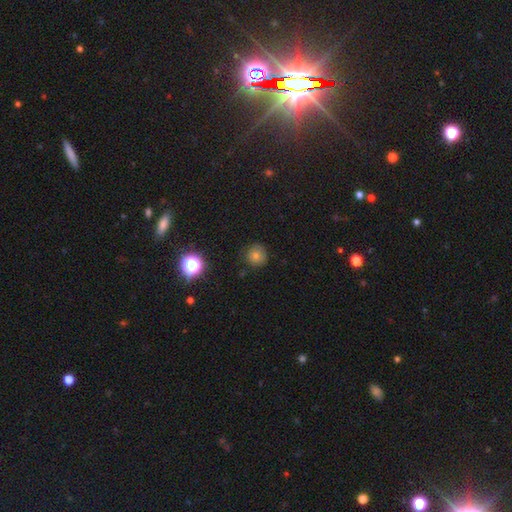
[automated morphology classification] A smooth galaxy with no disk features (75%) that is round (94%). Merging: none (85%).